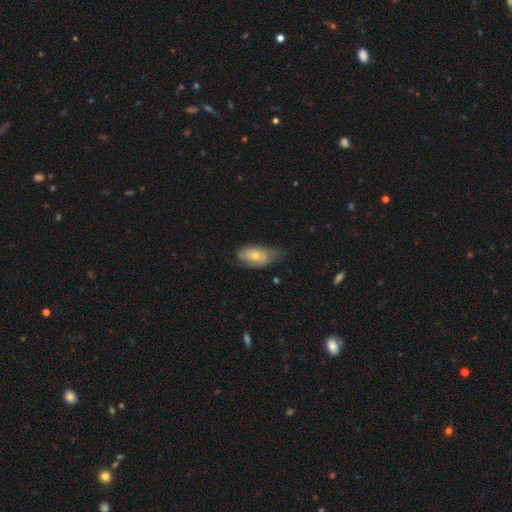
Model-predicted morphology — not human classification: Smooth or featured? Predicted: smooth (p=0.61). How rounded? Predicted: in between (p=0.91). Merging? Predicted: none (p=0.42).